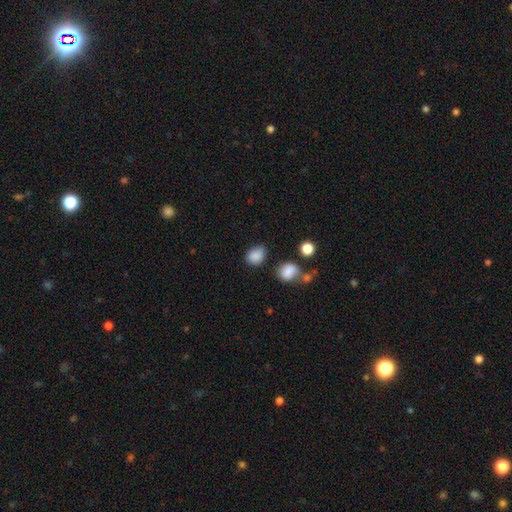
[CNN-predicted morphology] smooth-or-featured: smooth: 86% | star or artifact: 10% | featured or disk: 4%
  how-rounded: in between: 61% | round: 38% | cigar-shaped: 1%
  merging: none: 70% | minor disturbance: 20% | merger: 5% | major disturbance: 5%